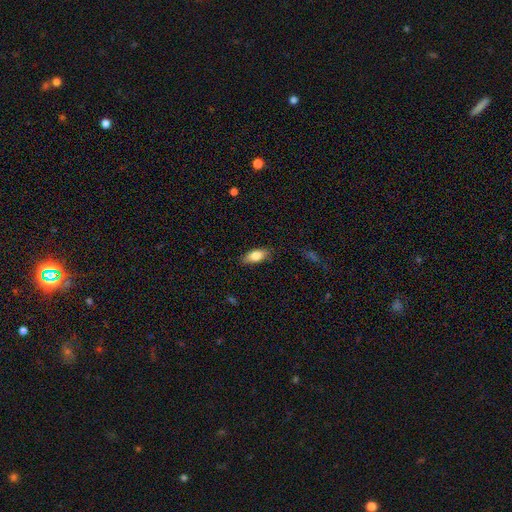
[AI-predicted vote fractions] smooth_or_featured: smooth (p=0.80) [alt: featured or disk p=0.13]
how_rounded: in between (p=0.86) [alt: cigar-shaped p=0.11]
merging: none (p=0.84) [alt: minor disturbance p=0.13]